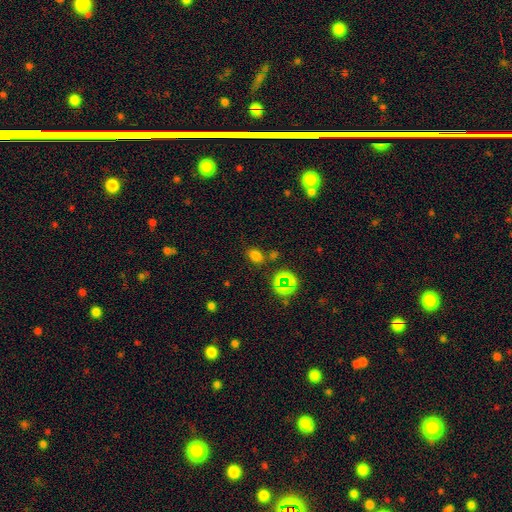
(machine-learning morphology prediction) The model was most divided on "how rounded": in between: 68%, round: 31%, cigar-shaped: 1%. More confident: merging — none (73%); smooth or featured — smooth (69%).